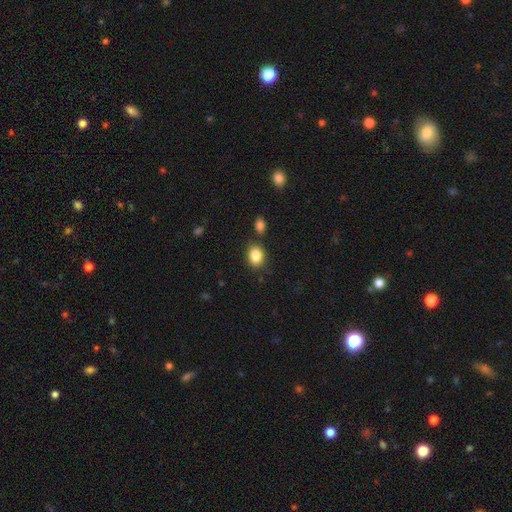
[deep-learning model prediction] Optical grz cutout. It shows a smooth galaxy with no disk features (86%) that is in between round and cigar-shaped (65%). Merging: none (78%).